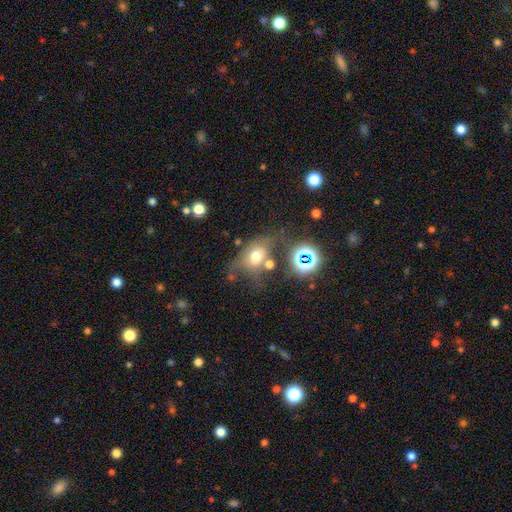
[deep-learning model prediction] Q: Smooth or featured?
A: smooth (60%); runner-up: featured or disk (21%)
Q: How rounded?
A: in between (60%); runner-up: round (38%)
Q: Merging?
A: none (41%); runner-up: minor disturbance (22%)